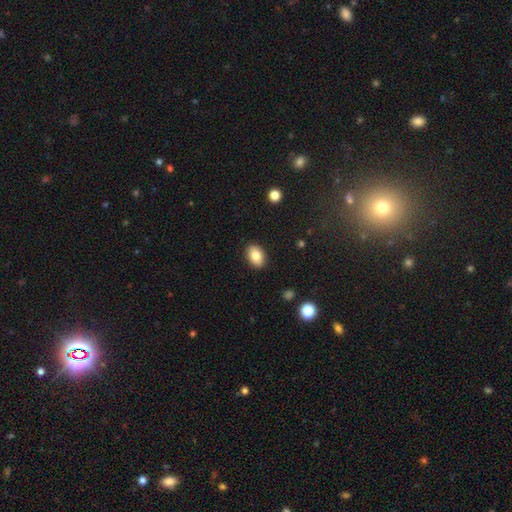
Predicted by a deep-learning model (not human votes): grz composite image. It shows a smooth galaxy with no disk features (85%) that is in between round and cigar-shaped (84%). Merging: none (89%).